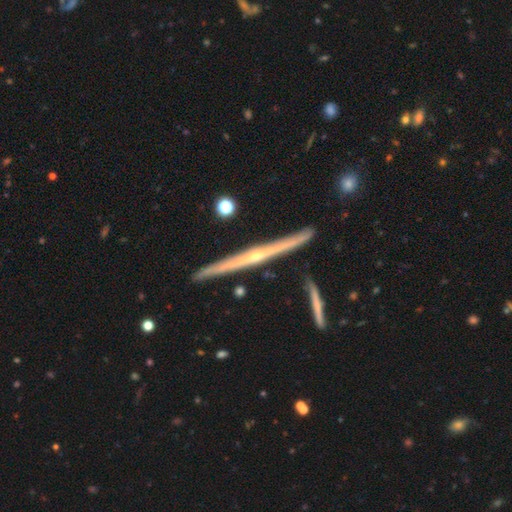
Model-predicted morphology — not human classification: Smooth or featured: featured or disk — 82% (smooth — 12%)
Edge-on disk: yes — 98% (no — 2%)
Edge-on bulge: rounded — 62% (none — 34%)
Merging: none — 88% (minor disturbance — 8%)